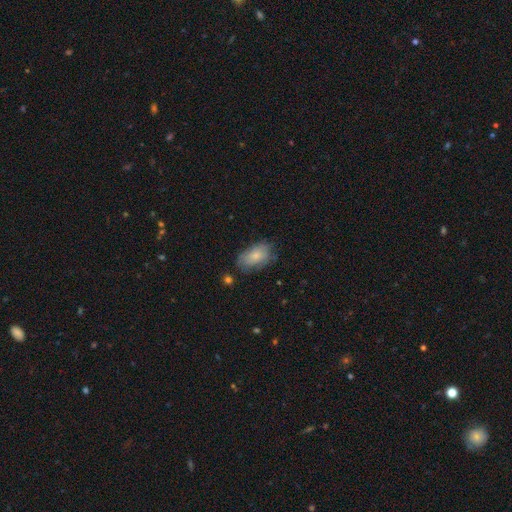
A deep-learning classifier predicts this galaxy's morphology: A smooth galaxy with no disk features (72%) that is in between round and cigar-shaped (92%). Merging: none (62%).